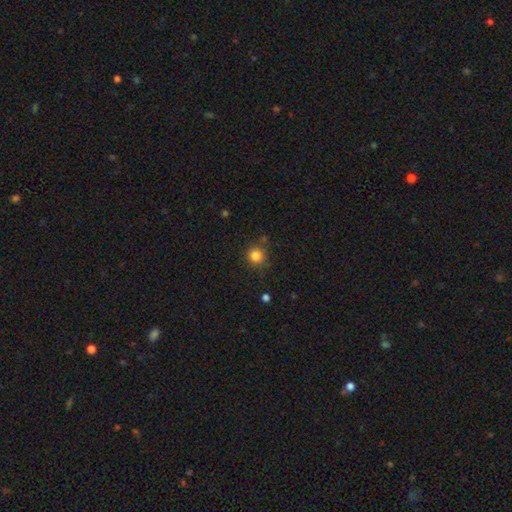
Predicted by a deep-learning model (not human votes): Smooth or featured? smooth (83%)
How rounded? round (94%)
Merging? none (80%)